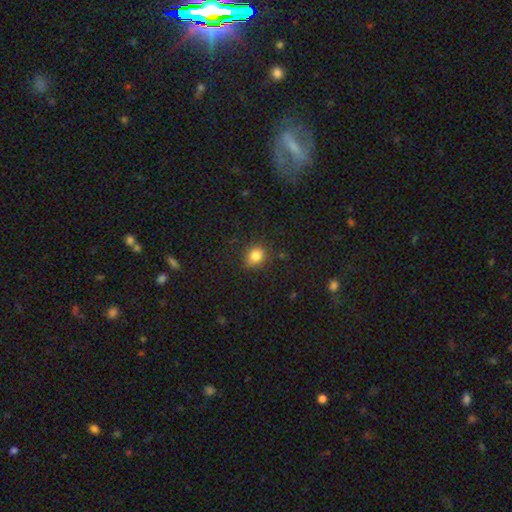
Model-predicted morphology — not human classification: Smooth or featured? smooth (83%)
How rounded? round (75%)
Merging? none (84%)